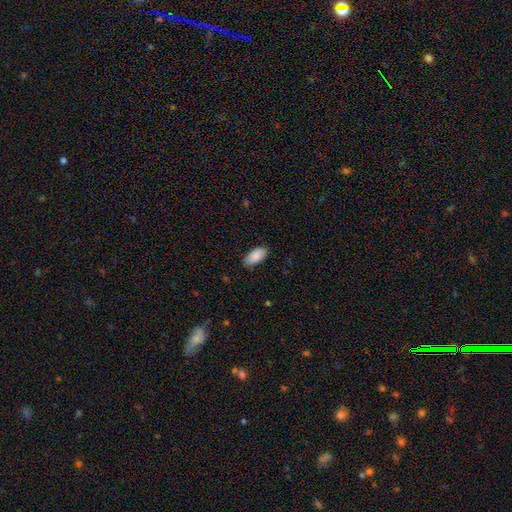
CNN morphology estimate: smooth-or-featured: smooth: 89% | star or artifact: 6% | featured or disk: 5%
  how-rounded: in between: 94% | cigar-shaped: 4% | round: 2%
  merging: none: 84% | minor disturbance: 13% | major disturbance: 2% | merger: 1%